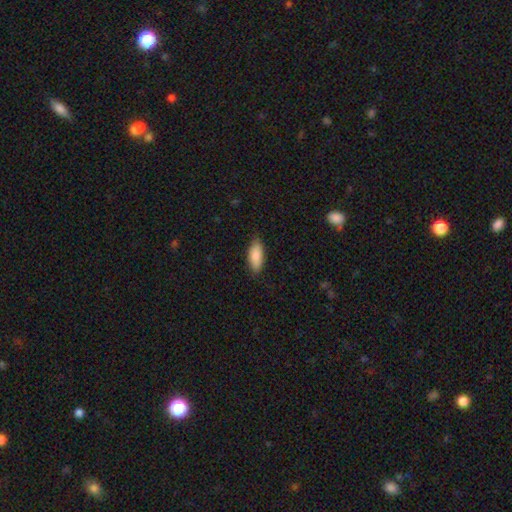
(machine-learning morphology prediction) smooth-or-featured: smooth: 87% | featured or disk: 7% | star or artifact: 6%
  how-rounded: in between: 79% | cigar-shaped: 19% | round: 2%
  merging: none: 85% | minor disturbance: 12% | major disturbance: 2% | merger: 1%